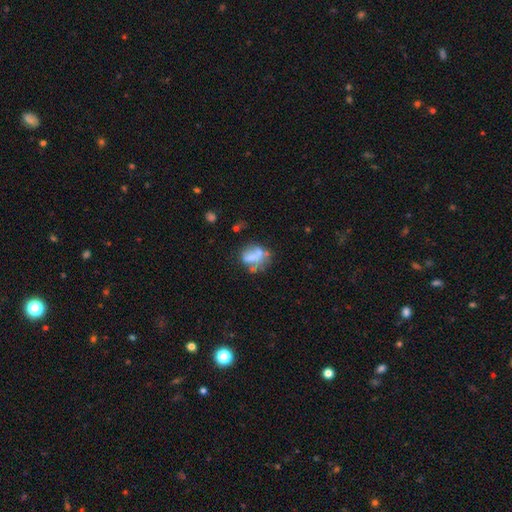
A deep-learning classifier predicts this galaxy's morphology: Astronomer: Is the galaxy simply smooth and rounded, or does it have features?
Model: smooth — 52% (runner-up: featured or disk, 36%).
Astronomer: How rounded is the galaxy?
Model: in between — 60% (runner-up: round, 37%).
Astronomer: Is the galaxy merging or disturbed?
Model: none — 33% (runner-up: major disturbance, 23%).